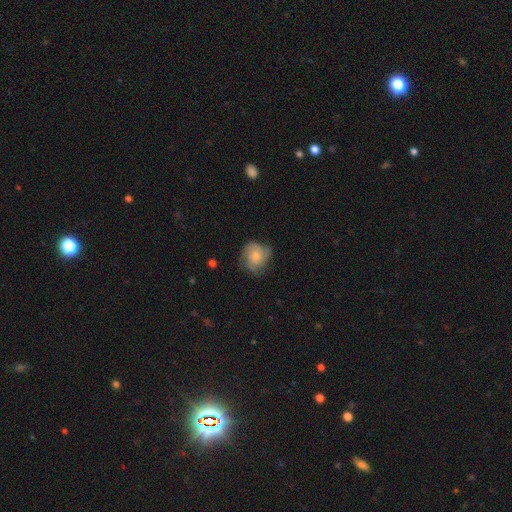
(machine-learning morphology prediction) A featured or disk galaxy (48%).

Vote fractions:
- Smooth or featured? featured or disk: 48% / smooth: 44% / star or artifact: 8%
- Merging? none: 64% / minor disturbance: 26% / major disturbance: 9% / merger: 1%